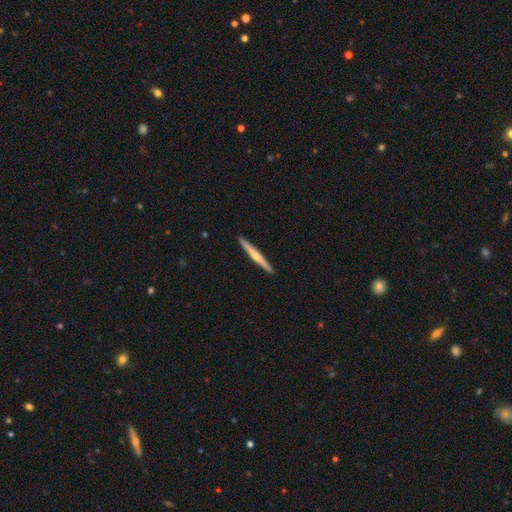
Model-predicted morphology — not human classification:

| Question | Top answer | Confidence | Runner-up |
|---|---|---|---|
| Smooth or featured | featured or disk | 68% | smooth (27%) |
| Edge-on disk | yes | 98% | no (2%) |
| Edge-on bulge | rounded | 84% | none (13%) |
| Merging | none | 93% | minor disturbance (5%) |